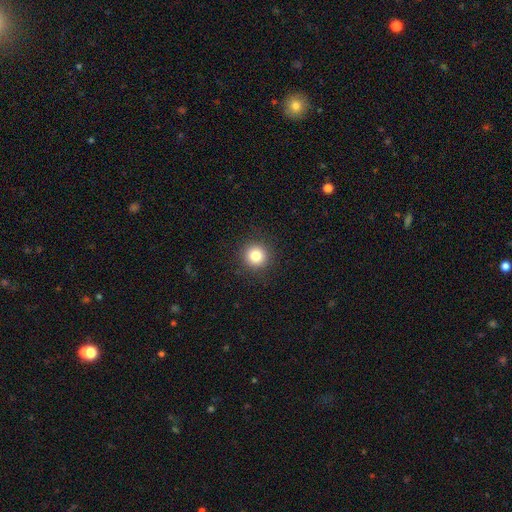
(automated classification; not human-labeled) Q: Smooth or featured?
A: smooth (82%); runner-up: star or artifact (11%)
Q: How rounded?
A: round (95%); runner-up: in between (4%)
Q: Merging?
A: none (92%); runner-up: minor disturbance (5%)